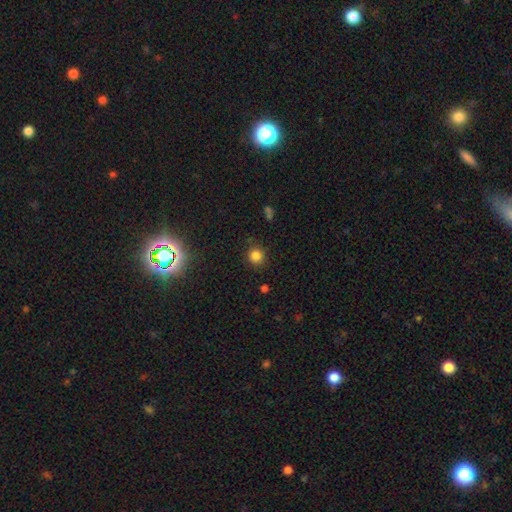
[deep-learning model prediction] smooth_or_featured: smooth (p=0.82) [alt: star or artifact p=0.14]
how_rounded: round (p=0.91) [alt: in between p=0.08]
merging: none (p=0.86) [alt: minor disturbance p=0.09]